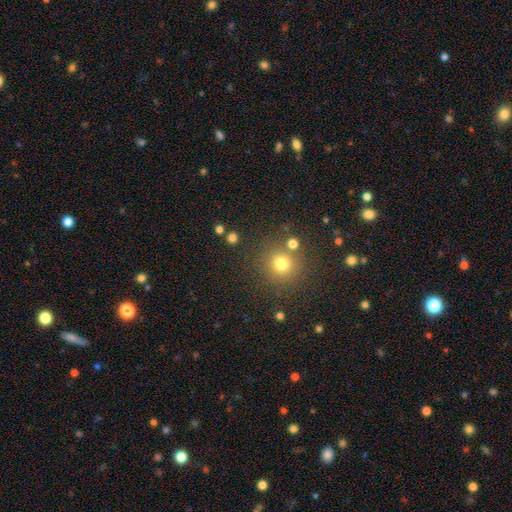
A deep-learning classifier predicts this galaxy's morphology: Smooth or featured? smooth (51%)
How rounded? round (94%)
Merging? none (85%)